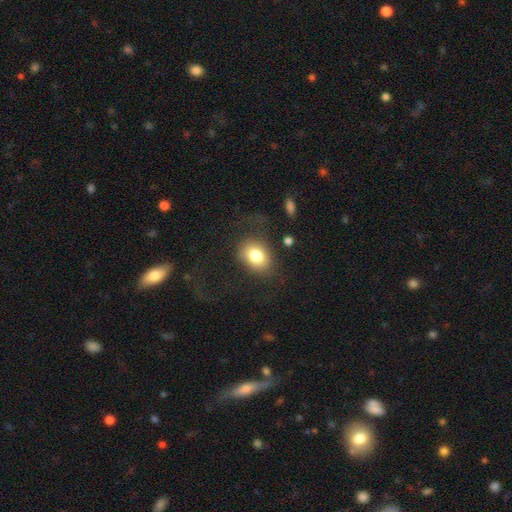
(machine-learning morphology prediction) Overall: smooth (78%). How rounded: in between (59%; round 40%). Merging: none (64%).